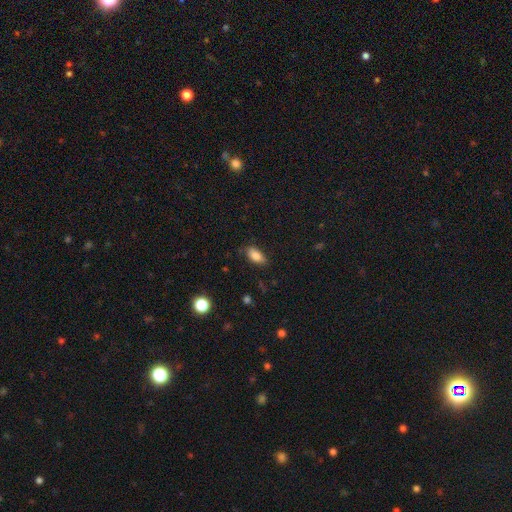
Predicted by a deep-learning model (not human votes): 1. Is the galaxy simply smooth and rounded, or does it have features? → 83% smooth, 9% featured or disk, 8% star or artifact.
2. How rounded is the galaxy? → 88% in between, 7% cigar-shaped, 4% round.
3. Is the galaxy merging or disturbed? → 79% none, 16% minor disturbance, 3% major disturbance, 1% merger.